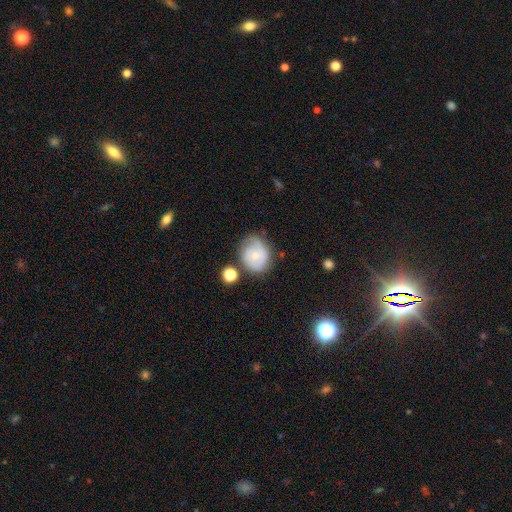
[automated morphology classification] The model was most divided on "smooth or featured": featured or disk: 57%, smooth: 36%, star or artifact: 8%. More confident: edge-on disk — no (97%); spiral arms — yes (80%); bar — no (76%); bulge size — small (61%); merging — none (60%).